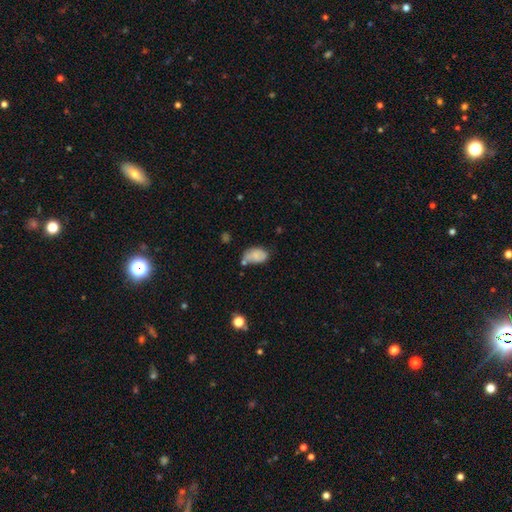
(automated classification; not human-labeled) A smooth galaxy with no disk features (75%) that is in between round and cigar-shaped (90%).

Vote fractions:
- Smooth or featured? smooth: 75% / featured or disk: 16% / star or artifact: 9%
- How rounded? in between: 90% / round: 8% / cigar-shaped: 1%
- Merging? none: 43% / minor disturbance: 33% / merger: 14% / major disturbance: 10%